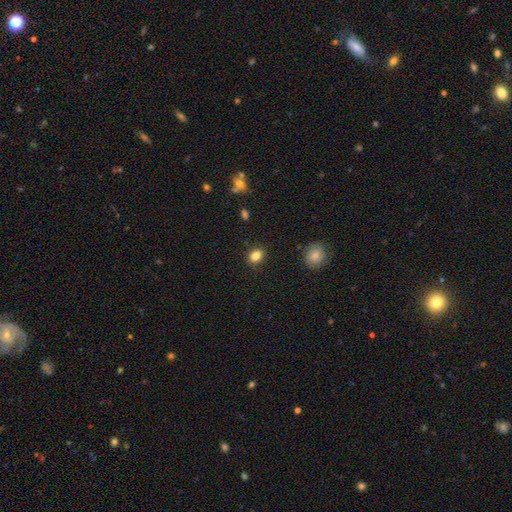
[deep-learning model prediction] smooth-or-featured: smooth: 84% | star or artifact: 10% | featured or disk: 5%
  how-rounded: in between: 60% | round: 39% | cigar-shaped: 1%
  merging: none: 88% | minor disturbance: 8% | major disturbance: 2% | merger: 1%